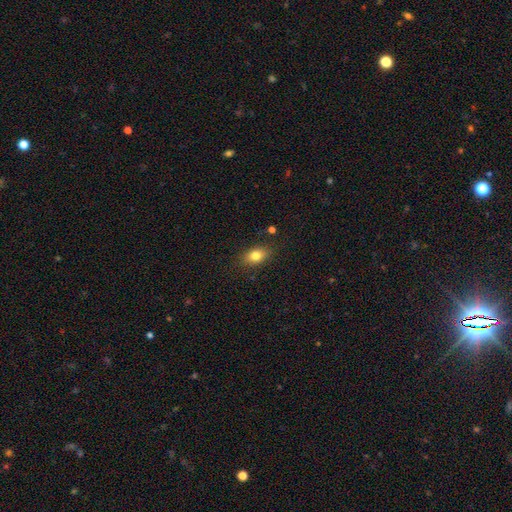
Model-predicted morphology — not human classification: The model was most divided on "how rounded": in between: 78%, round: 18%, cigar-shaped: 3%. More confident: merging — none (84%); smooth or featured — smooth (79%).